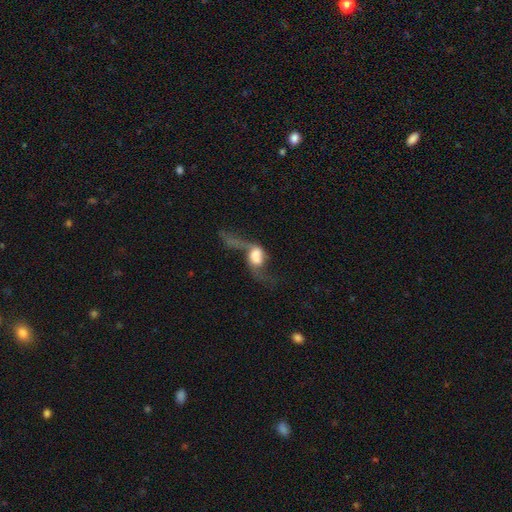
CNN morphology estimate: smooth_or_featured: featured or disk (p=0.51) [alt: smooth p=0.39]
disk_edge_on: no (p=0.92) [alt: yes p=0.08]
merging: major disturbance (p=0.46) [alt: merger p=0.30]